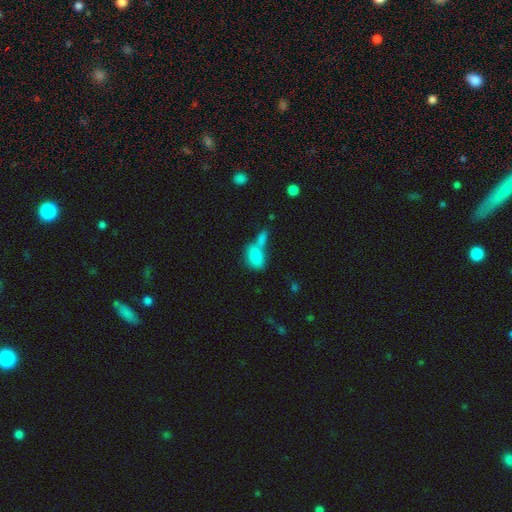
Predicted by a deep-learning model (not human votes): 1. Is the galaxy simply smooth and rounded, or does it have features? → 84% smooth, 8% star or artifact, 8% featured or disk.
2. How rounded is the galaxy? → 88% in between, 8% round, 4% cigar-shaped.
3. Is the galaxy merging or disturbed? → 51% merger, 32% none, 11% minor disturbance, 6% major disturbance.